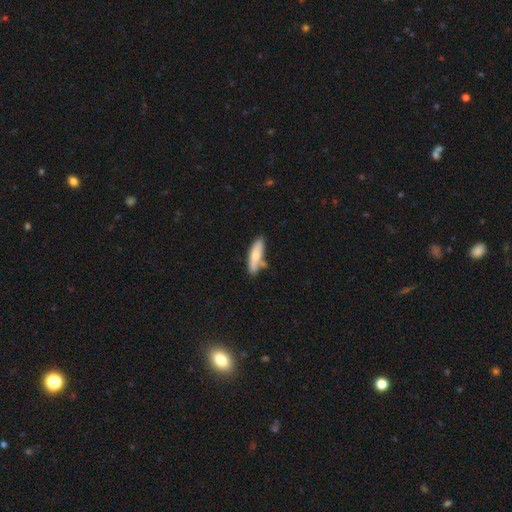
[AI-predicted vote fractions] Overall: smooth (69%). How rounded: cigar-shaped (58%; in between 40%). Merging: none (60%; minor disturbance 21%).